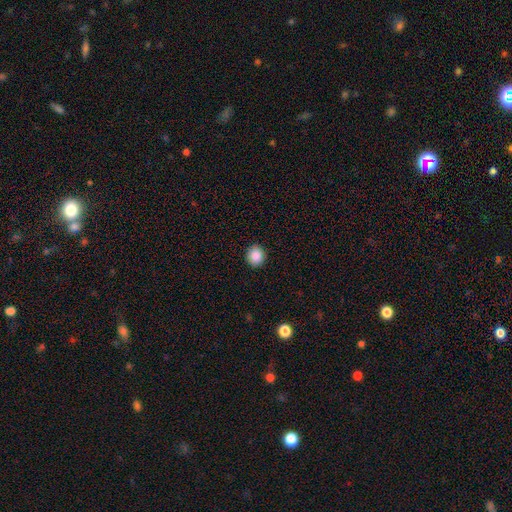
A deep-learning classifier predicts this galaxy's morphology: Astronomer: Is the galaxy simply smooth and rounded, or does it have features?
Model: smooth — 88%.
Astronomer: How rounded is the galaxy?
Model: round — 81%.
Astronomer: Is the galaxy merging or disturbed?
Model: none — 90%.